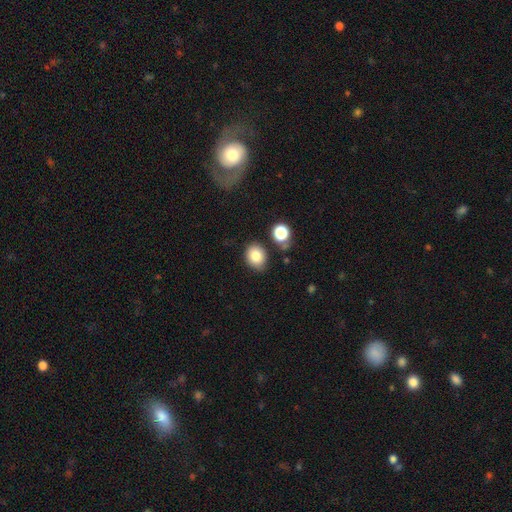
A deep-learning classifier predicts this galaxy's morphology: Overall: smooth (82%). How rounded: round (50%; in between 49%). Merging: none (78%).